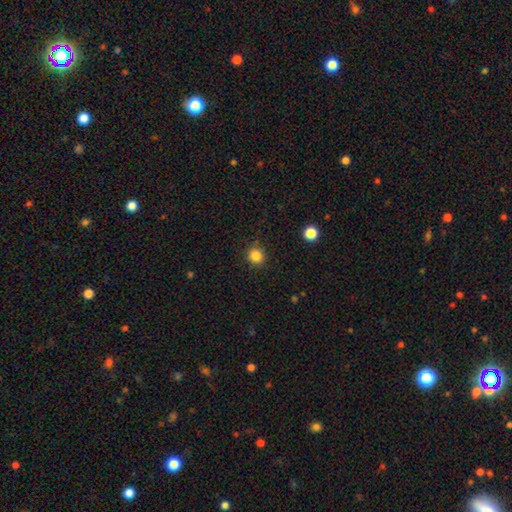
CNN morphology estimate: Q: Smooth or featured?
A: smooth (84%); runner-up: star or artifact (12%)
Q: How rounded?
A: round (91%); runner-up: in between (8%)
Q: Merging?
A: none (89%); runner-up: minor disturbance (8%)